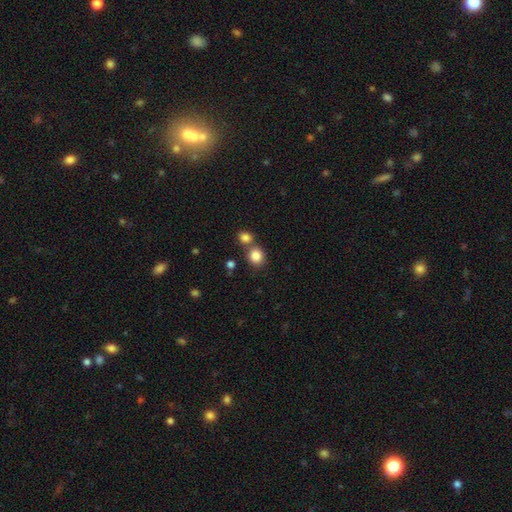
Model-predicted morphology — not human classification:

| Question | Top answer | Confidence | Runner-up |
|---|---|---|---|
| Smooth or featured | smooth | 85% | star or artifact (10%) |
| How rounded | round | 82% | in between (17%) |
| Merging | none | 62% | merger (28%) |